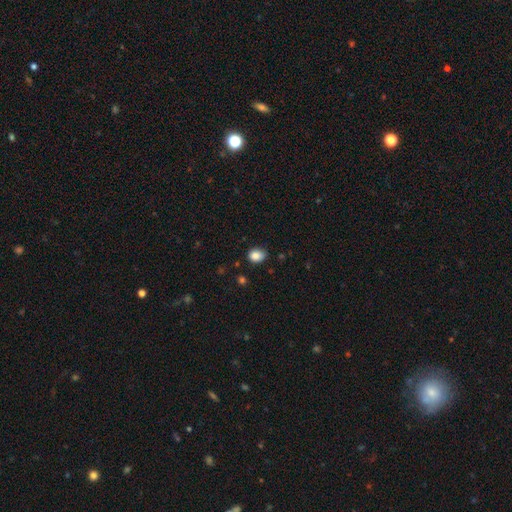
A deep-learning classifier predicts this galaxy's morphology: Smooth or featured: smooth — 86% (star or artifact — 9%)
How rounded: in between — 60% (round — 39%)
Merging: none — 75% (minor disturbance — 20%)